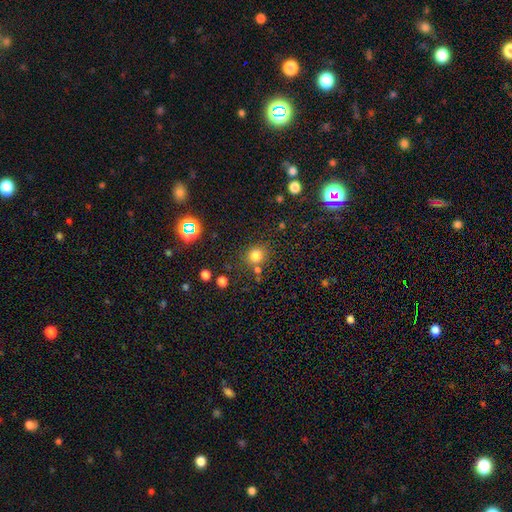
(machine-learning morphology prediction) Smooth or featured? Predicted: smooth (p=0.78). How rounded? Predicted: round (p=0.86). Merging? Predicted: none (p=0.75).